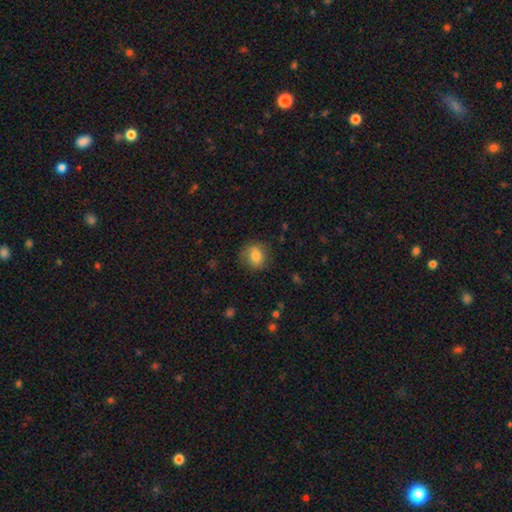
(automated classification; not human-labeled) Overall: smooth (80%). How rounded: round (70%). Merging: none (82%).